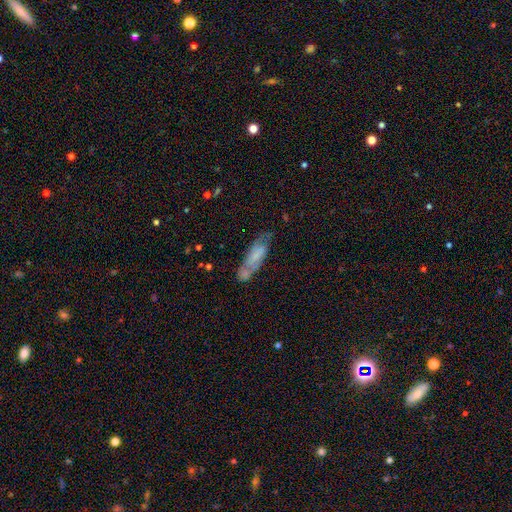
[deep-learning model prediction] This is possibly a smooth galaxy (51%). How rounded: possibly cigar-shaped (53%). Merging: possibly none (52%).